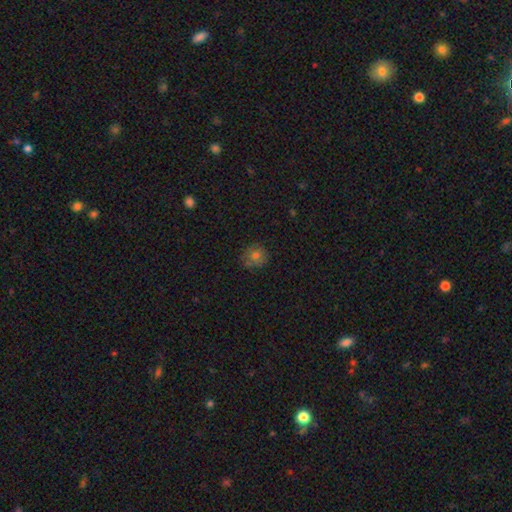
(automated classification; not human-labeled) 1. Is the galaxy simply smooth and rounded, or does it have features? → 73% smooth, 14% star or artifact, 12% featured or disk.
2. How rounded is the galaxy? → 89% round, 10% in between, 1% cigar-shaped.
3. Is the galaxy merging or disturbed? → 78% none, 16% minor disturbance, 3% major disturbance, 2% merger.